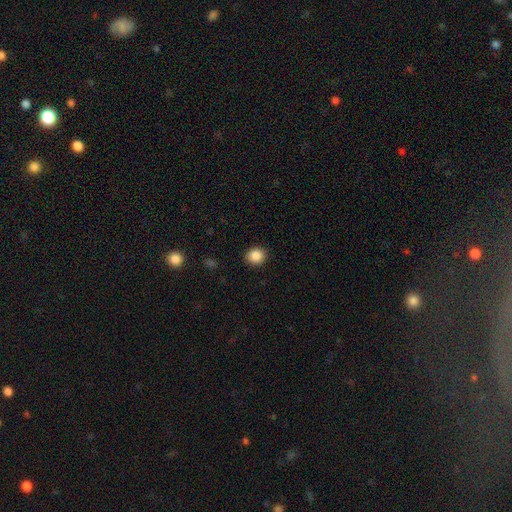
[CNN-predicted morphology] Smooth or featured: smooth — 87% (star or artifact — 9%)
How rounded: round — 82% (in between — 17%)
Merging: none — 91% (minor disturbance — 6%)